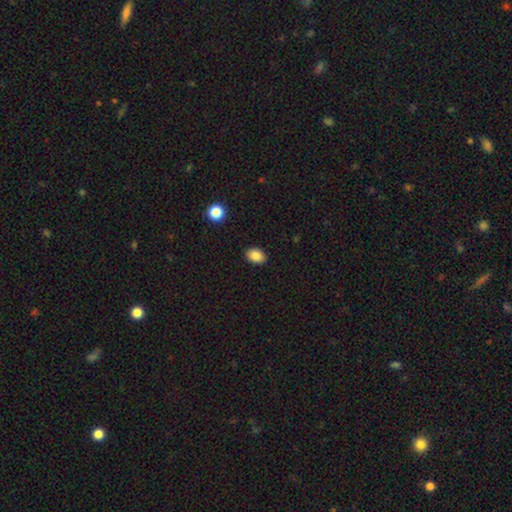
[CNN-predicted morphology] This is clearly a smooth galaxy (86%). How rounded: likely in between (76%). Merging: clearly none (90%).